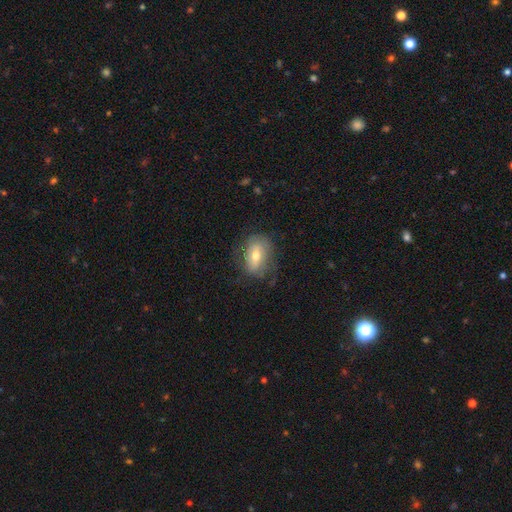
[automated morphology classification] Overall: smooth (50%; featured or disk 42%). Merging: none (66%).